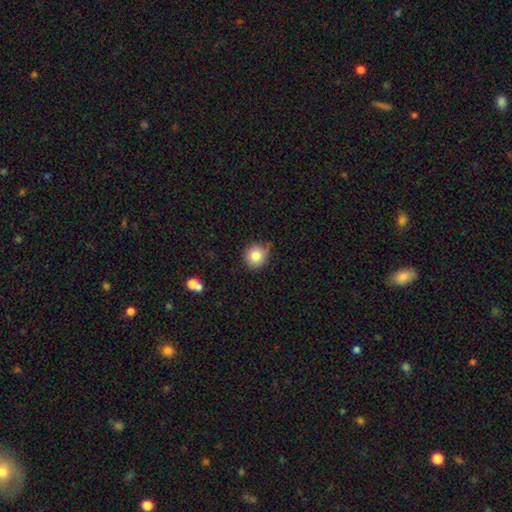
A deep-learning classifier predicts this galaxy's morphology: The model was most divided on "merging": none: 75%, minor disturbance: 18%, merger: 3%, major disturbance: 3%. More confident: how rounded — round (89%); smooth or featured — smooth (83%).